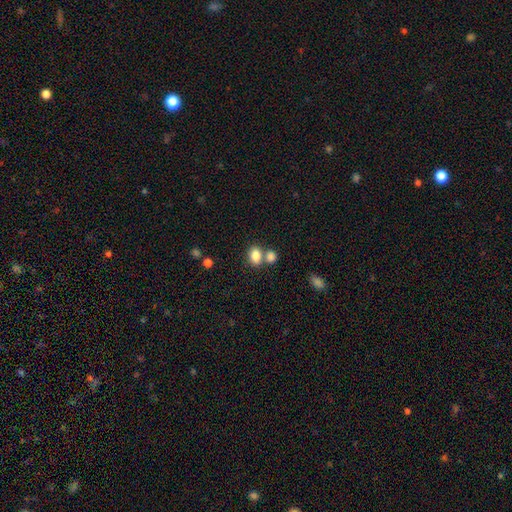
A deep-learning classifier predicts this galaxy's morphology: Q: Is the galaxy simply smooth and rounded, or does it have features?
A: smooth — 83%.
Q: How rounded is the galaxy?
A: in between — 68%.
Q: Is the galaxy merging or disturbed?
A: none — 50%.